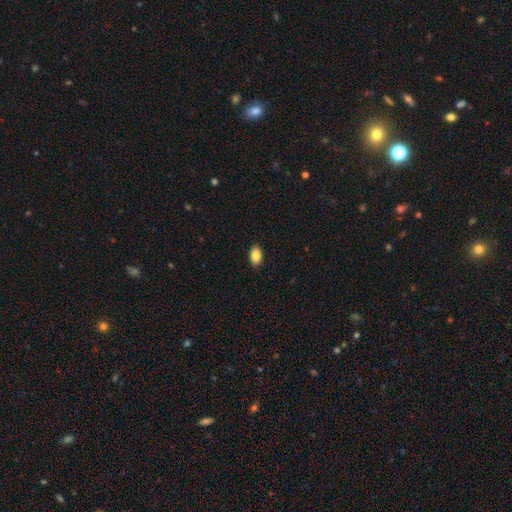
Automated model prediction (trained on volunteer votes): This is clearly a smooth galaxy (84%). How rounded: clearly in between (90%). Merging: clearly none (90%).